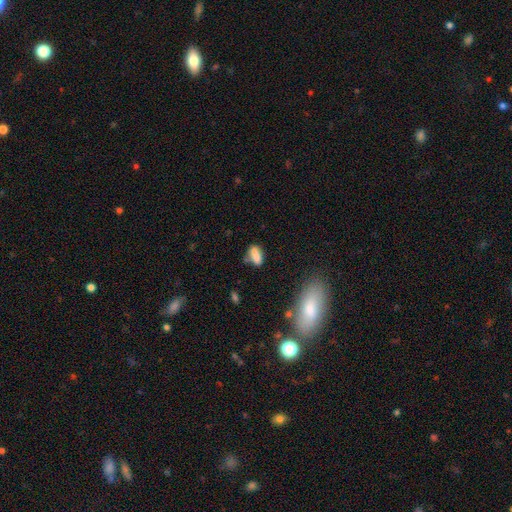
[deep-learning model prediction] A smooth galaxy with no disk features (80%) that is in between round and cigar-shaped (77%).

Vote fractions:
- Smooth or featured? smooth: 80% / featured or disk: 11% / star or artifact: 9%
- How rounded? in between: 77% / cigar-shaped: 18% / round: 5%
- Merging? none: 61% / minor disturbance: 22% / merger: 11% / major disturbance: 6%